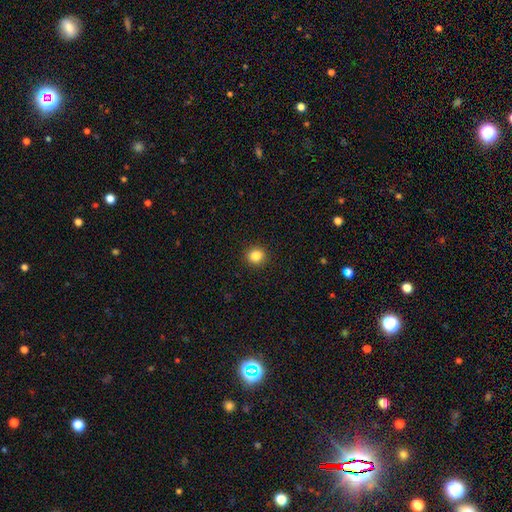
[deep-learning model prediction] Smooth or featured?
  - smooth: 85% *
  - star or artifact: 11%
  - featured or disk: 4%
How rounded?
  - round: 91% *
  - in between: 8%
  - cigar-shaped: 1%
Merging?
  - none: 93% *
  - minor disturbance: 5%
  - major disturbance: 2%
  - merger: 1%